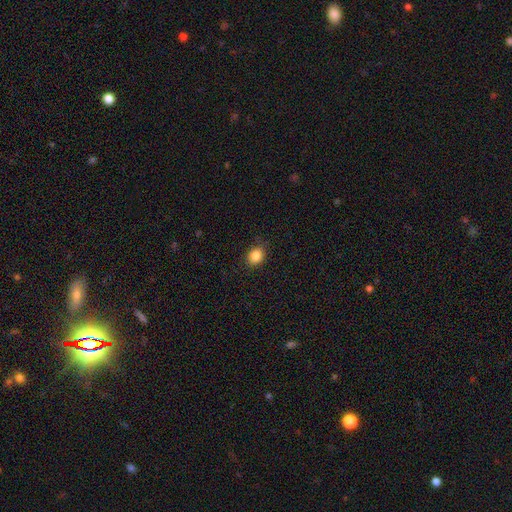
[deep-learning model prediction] Smooth or featured? Predicted: smooth (p=0.85). How rounded? Predicted: round (p=0.51). Merging? Predicted: none (p=0.84).